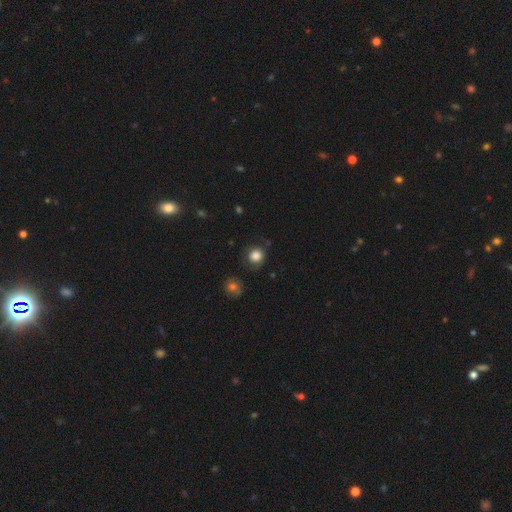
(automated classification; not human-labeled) Q: Smooth or featured?
A: smooth (83%); runner-up: star or artifact (11%)
Q: How rounded?
A: round (88%); runner-up: in between (11%)
Q: Merging?
A: none (75%); runner-up: minor disturbance (16%)